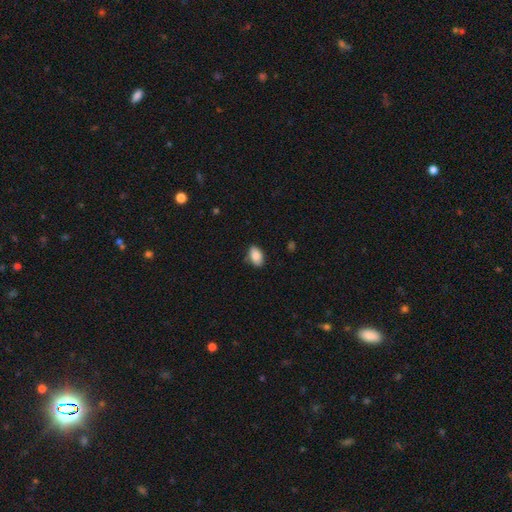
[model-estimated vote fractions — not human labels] smooth_or_featured: smooth (p=0.86) [alt: star or artifact p=0.07]
how_rounded: in between (p=0.92) [alt: round p=0.06]
merging: none (p=0.80) [alt: minor disturbance p=0.16]